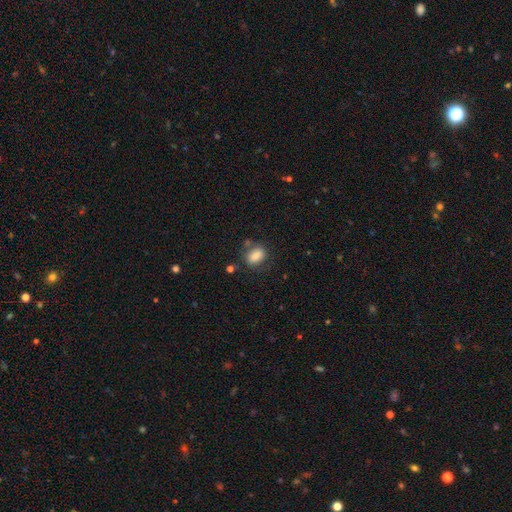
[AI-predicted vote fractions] This is clearly a smooth galaxy (81%). How rounded: likely in between (76%). Merging: likely none (66%).